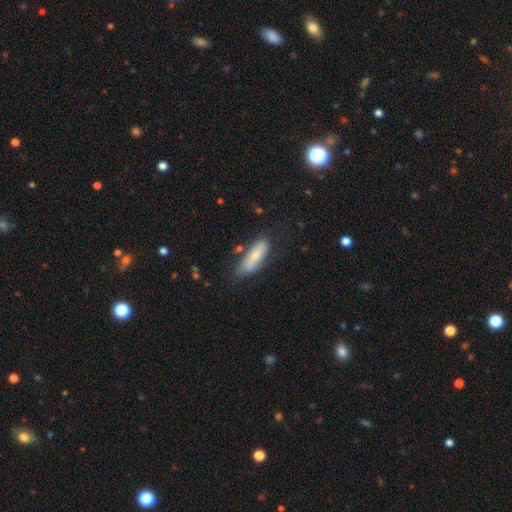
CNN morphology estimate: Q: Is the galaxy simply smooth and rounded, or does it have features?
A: smooth — 60%.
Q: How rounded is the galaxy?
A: in between — 60%.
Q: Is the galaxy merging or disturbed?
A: none — 62%.